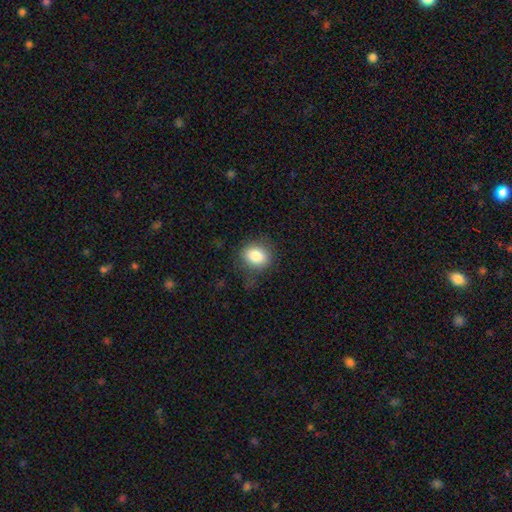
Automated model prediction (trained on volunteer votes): smooth 84%, star or artifact 9%, featured or disk 7%. Down the decision tree: how rounded — round (51%); merging — none (78%).